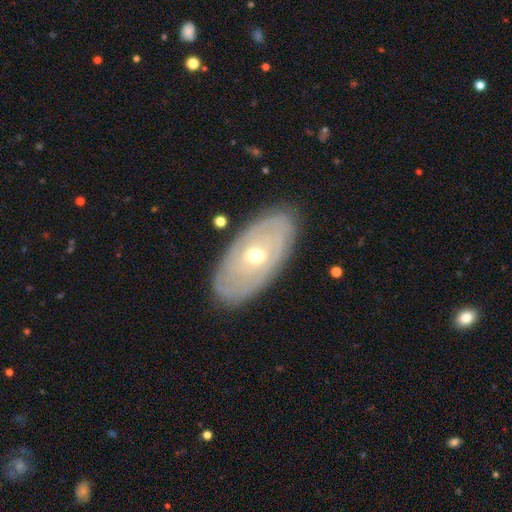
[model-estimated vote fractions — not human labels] The model was most divided on "spiral arms": yes: 58%, no: 42%. More confident: edge-on disk — no (89%); merging — none (86%); bar — no (72%); smooth or featured — featured or disk (69%); bulge size — moderate (62%).